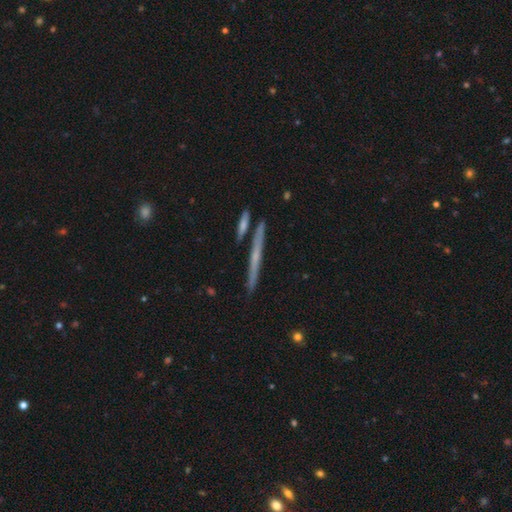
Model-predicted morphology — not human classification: smooth_or_featured: featured or disk (p=0.62) [alt: smooth p=0.31]
disk_edge_on: yes (p=0.97) [alt: no p=0.03]
edge_on_bulge: none (p=0.61) [alt: rounded p=0.33]
merging: none (p=0.86) [alt: minor disturbance p=0.07]